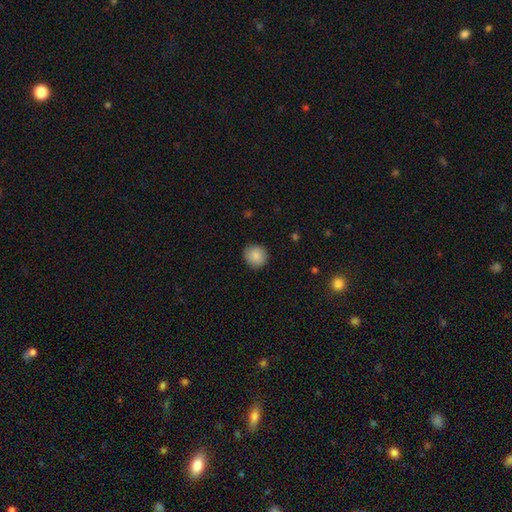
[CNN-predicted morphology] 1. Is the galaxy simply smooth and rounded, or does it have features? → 87% smooth, 8% star or artifact, 5% featured or disk.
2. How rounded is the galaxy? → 91% round, 8% in between, 1% cigar-shaped.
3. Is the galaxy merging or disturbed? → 89% none, 8% minor disturbance, 2% major disturbance, 1% merger.